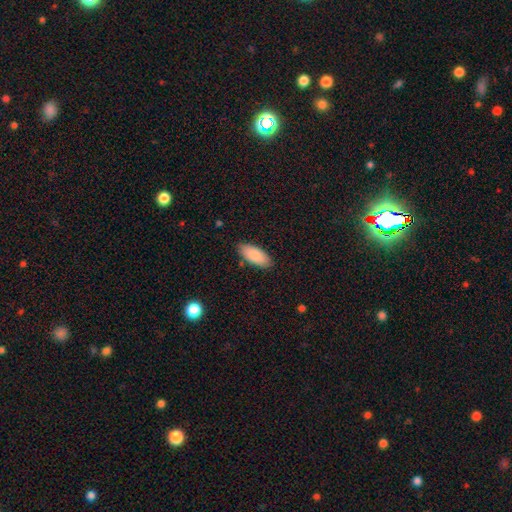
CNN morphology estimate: Smooth or featured? smooth (86%)
How rounded? in between (85%)
Merging? none (85%)